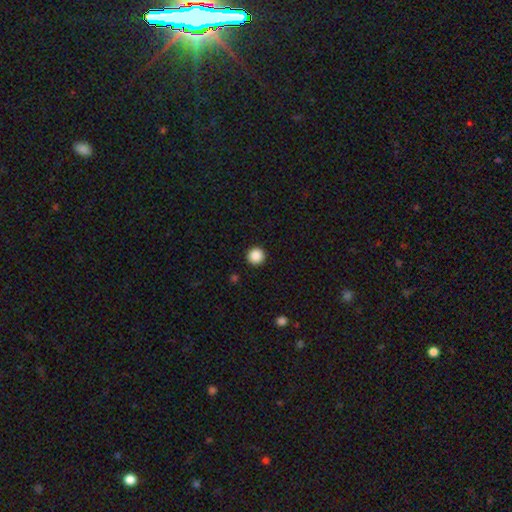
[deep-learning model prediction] Smooth or featured?
  - smooth: 88% *
  - star or artifact: 9%
  - featured or disk: 2%
How rounded?
  - round: 96% *
  - in between: 3%
  - cigar-shaped: 1%
Merging?
  - none: 93% *
  - minor disturbance: 4%
  - major disturbance: 2%
  - merger: 1%